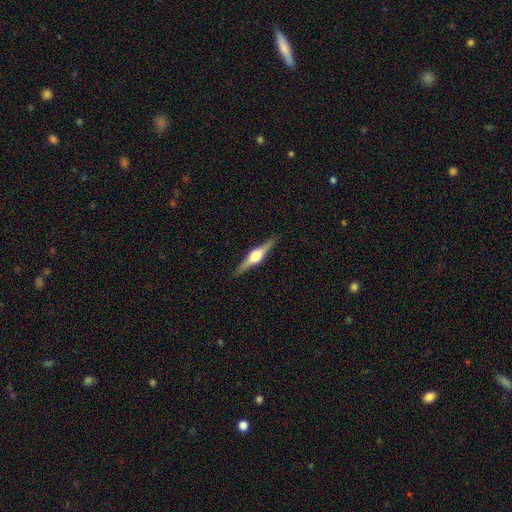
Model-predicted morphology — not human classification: A featured or disk galaxy (79%) viewed edge-on (98%) with a rounded central bulge (93%). Merging: none (90%).